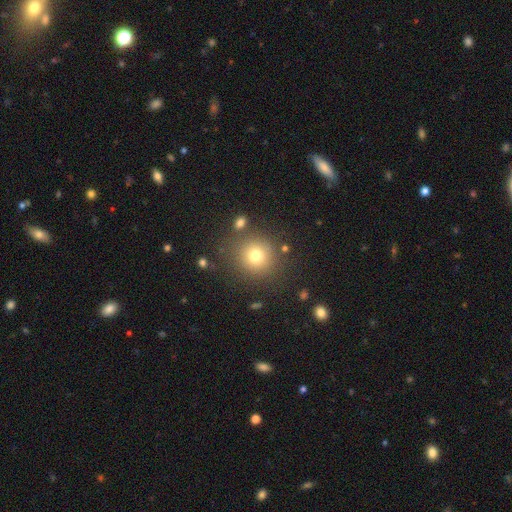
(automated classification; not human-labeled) A smooth galaxy with no disk features (75%) that is round (91%). Merging: none (83%).